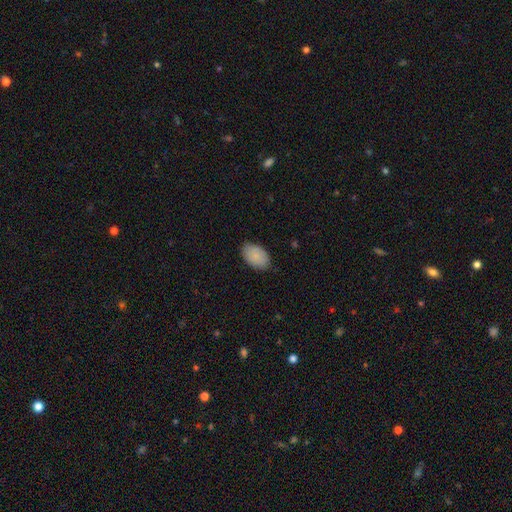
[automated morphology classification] smooth-or-featured: smooth: 86% | featured or disk: 8% | star or artifact: 6%
  how-rounded: in between: 91% | round: 8% | cigar-shaped: 1%
  merging: none: 80% | minor disturbance: 16% | major disturbance: 3% | merger: 1%